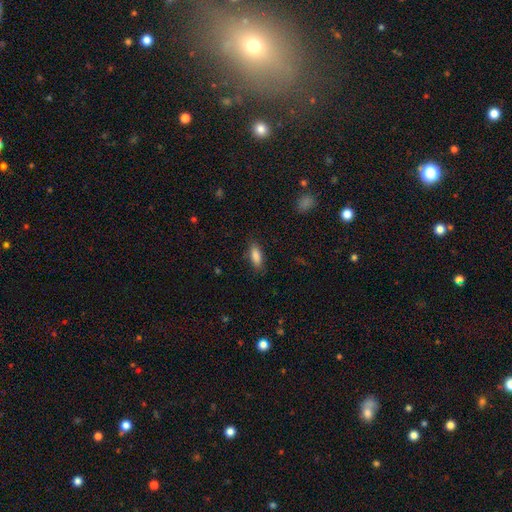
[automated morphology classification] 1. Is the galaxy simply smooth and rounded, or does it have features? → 86% smooth, 7% star or artifact, 6% featured or disk.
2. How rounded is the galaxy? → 75% in between, 23% cigar-shaped, 2% round.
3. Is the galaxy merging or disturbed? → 84% none, 12% minor disturbance, 3% major disturbance, 1% merger.